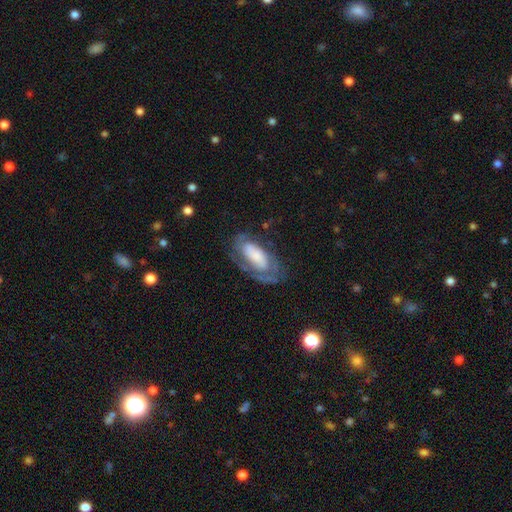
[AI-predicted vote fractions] Overall: featured or disk (61%; smooth 32%). Edge-on disk: no (92%). Bar: no (67%). Spiral arms: yes (78%). Bulge size: large (34%; small 22%). Merging: none (54%; minor disturbance 24%).